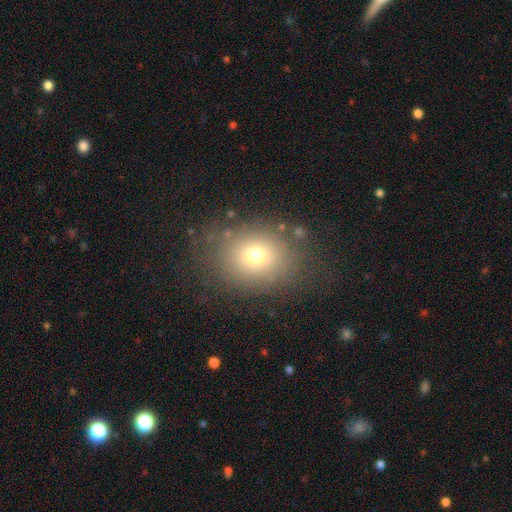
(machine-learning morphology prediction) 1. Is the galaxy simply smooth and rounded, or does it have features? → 70% smooth, 17% star or artifact, 13% featured or disk.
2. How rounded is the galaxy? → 61% round, 38% in between, 1% cigar-shaped.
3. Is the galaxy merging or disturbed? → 80% none, 12% minor disturbance, 7% major disturbance, 2% merger.